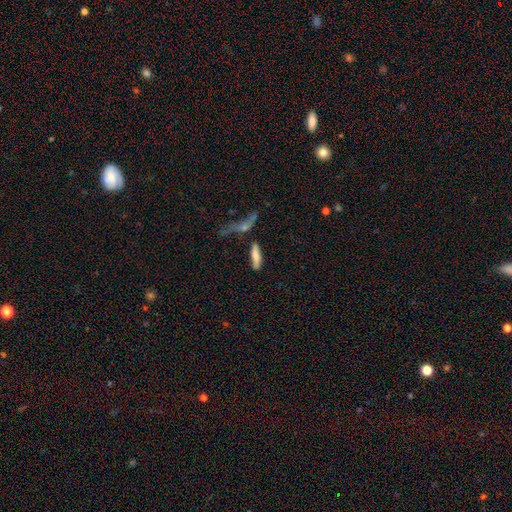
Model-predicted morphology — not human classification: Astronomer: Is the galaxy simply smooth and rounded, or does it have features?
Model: smooth — 68%.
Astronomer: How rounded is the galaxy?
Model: cigar-shaped — 67%.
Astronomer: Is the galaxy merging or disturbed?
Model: none — 57%.